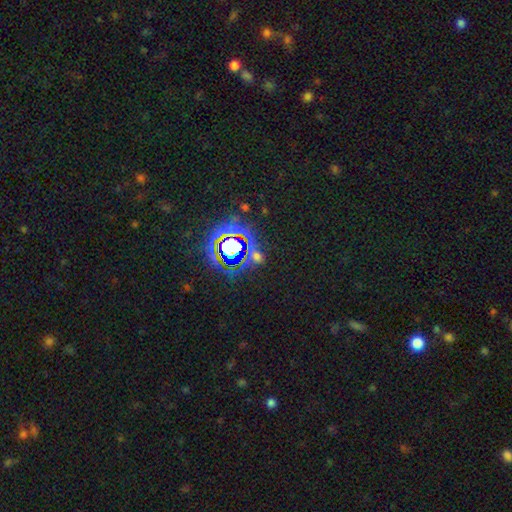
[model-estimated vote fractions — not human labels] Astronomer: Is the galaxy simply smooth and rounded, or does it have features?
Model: star or artifact — 66%.